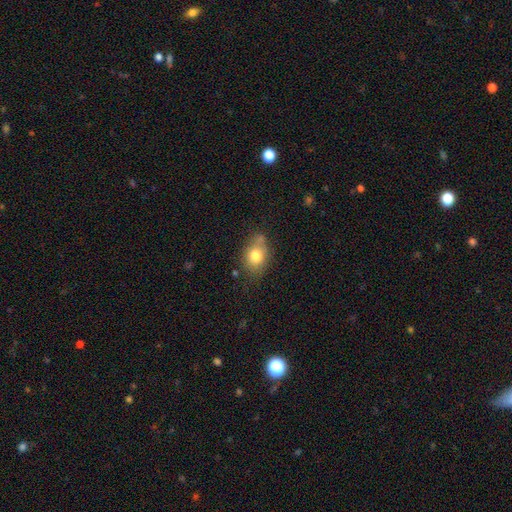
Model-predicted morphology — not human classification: A smooth galaxy with no disk features (77%) that is in between round and cigar-shaped (65%). Merging: none (60%).